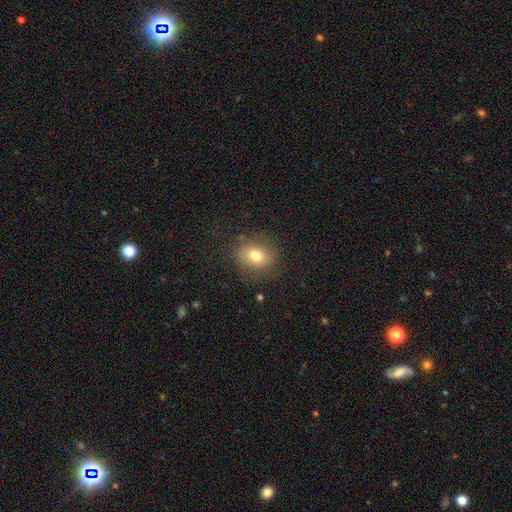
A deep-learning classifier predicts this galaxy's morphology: This appears to be a smooth galaxy with no disk features (76%) that is round (54%). Merging: none (82%).